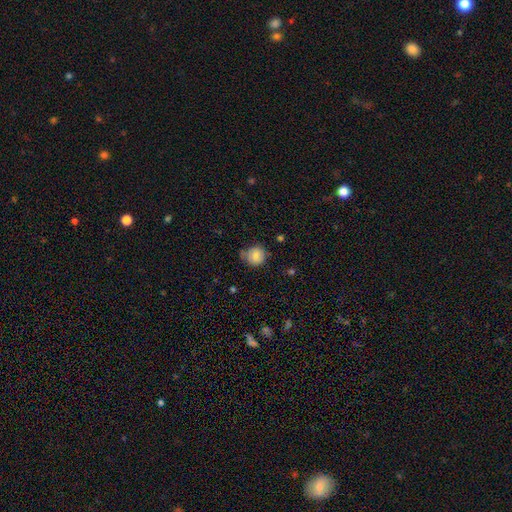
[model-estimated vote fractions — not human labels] smooth 79%, featured or disk 12%, star or artifact 9%. Down the decision tree: how rounded — round (83%); merging — none (60%).